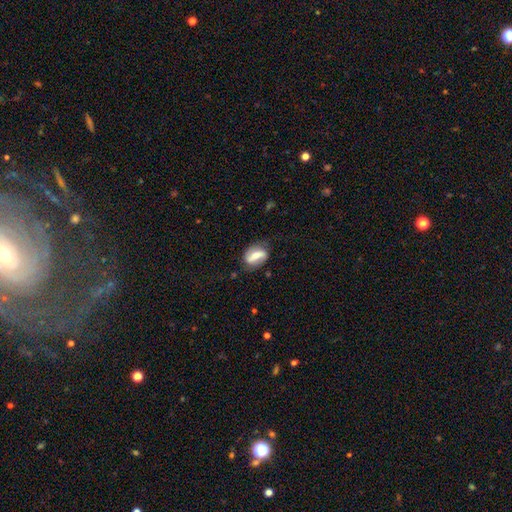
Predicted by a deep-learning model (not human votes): The model was most divided on "bulge size": moderate: 42%, small: 31%, large: 13%, none: 10%, dominant: 3%. More confident: edge-on disk — no (92%); spiral arms — yes (75%); merging — none (69%); bar — strong (59%); smooth or featured — featured or disk (55%).